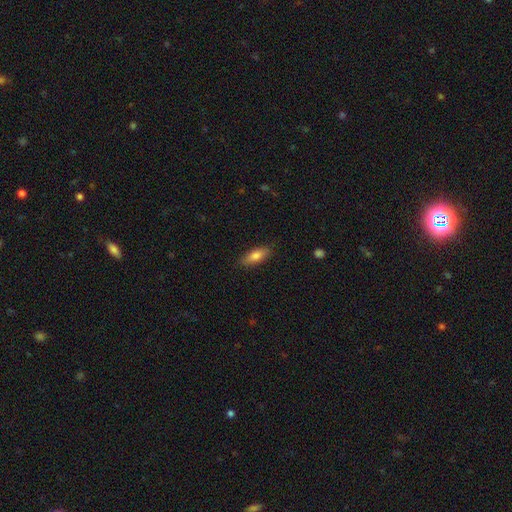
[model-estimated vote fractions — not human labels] Smooth or featured? smooth (79%)
How rounded? in between (67%)
Merging? none (85%)